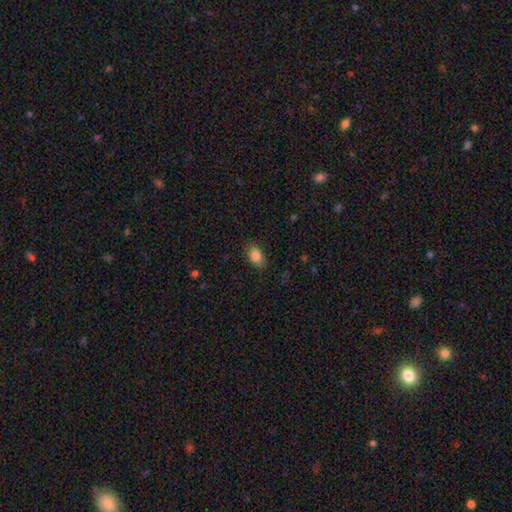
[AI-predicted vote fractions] A smooth galaxy with no disk features (85%) that is in between round and cigar-shaped (86%). Merging: none (85%).